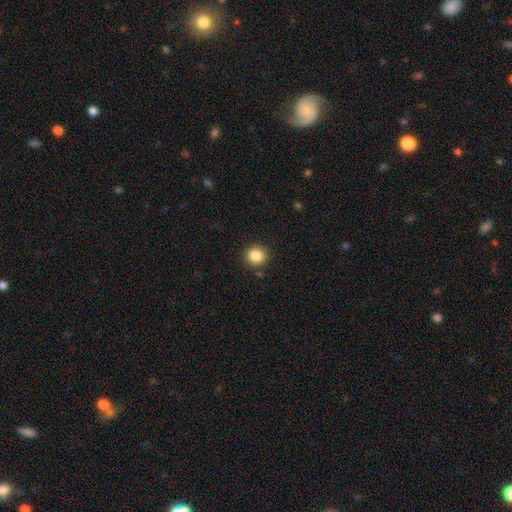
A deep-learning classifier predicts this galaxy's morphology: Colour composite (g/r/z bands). It shows a smooth galaxy with no disk features (85%) that is round (91%). Merging: none (89%).